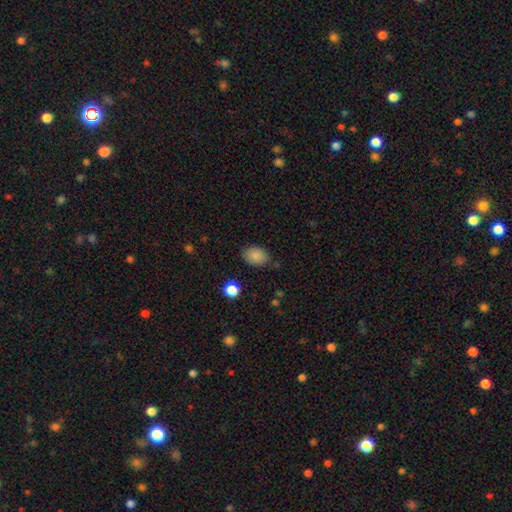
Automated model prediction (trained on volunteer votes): Smooth or featured? smooth (87%)
How rounded? in between (75%)
Merging? none (80%)